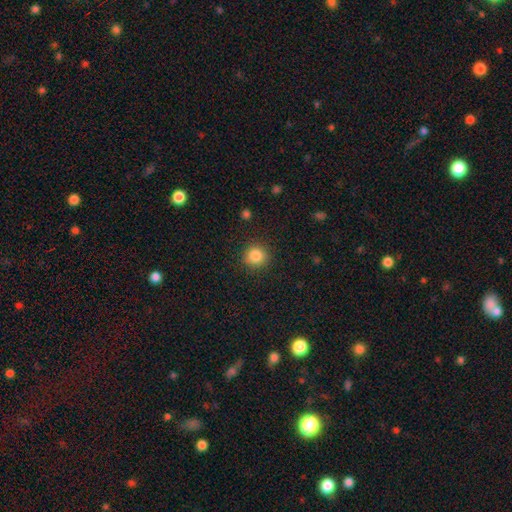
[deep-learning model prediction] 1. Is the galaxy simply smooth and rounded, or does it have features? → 84% smooth, 11% star or artifact, 5% featured or disk.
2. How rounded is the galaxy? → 90% round, 9% in between, 1% cigar-shaped.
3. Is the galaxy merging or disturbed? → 89% none, 8% minor disturbance, 2% major disturbance, 1% merger.